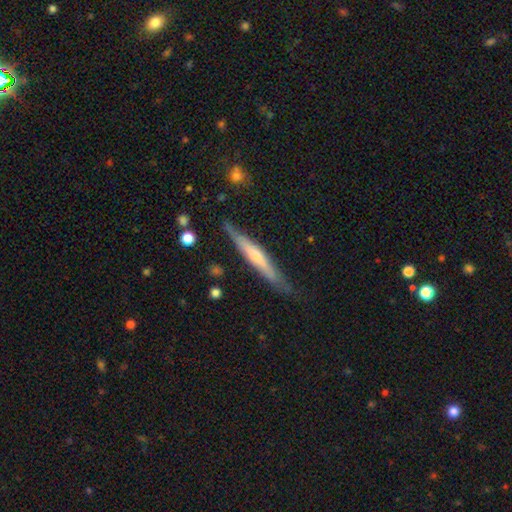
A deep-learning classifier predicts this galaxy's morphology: This appears to be a featured or disk galaxy (58%) viewed edge-on (92%) with a rounded central bulge (55%). Merging: none (79%).